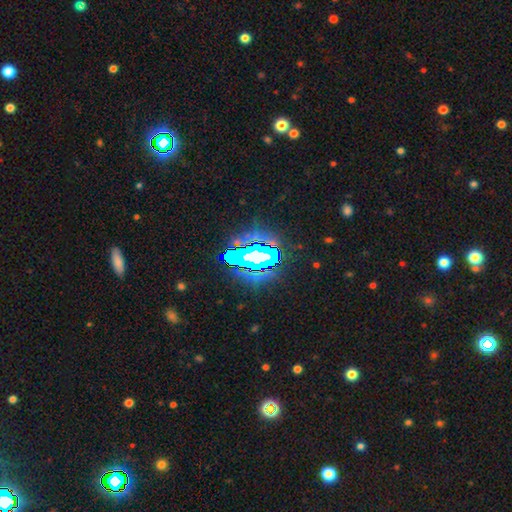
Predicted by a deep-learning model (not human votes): Smooth or featured?
  - star or artifact: 66% *
  - smooth: 18%
  - featured or disk: 15%